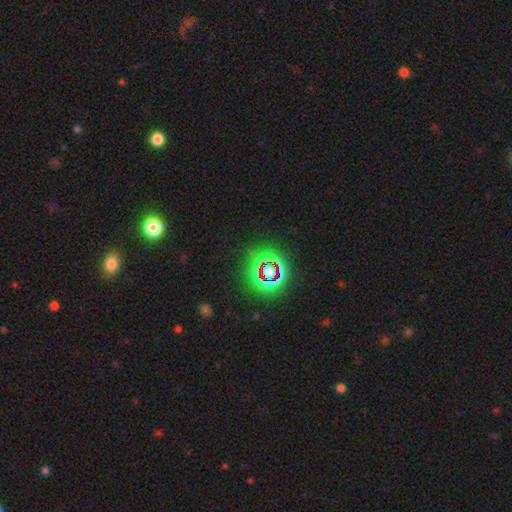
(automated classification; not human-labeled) Smooth or featured: star or artifact — 55% (smooth — 32%)